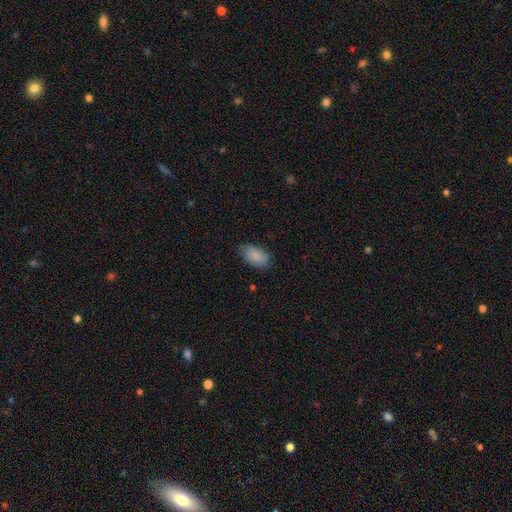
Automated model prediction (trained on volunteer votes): A smooth galaxy with no disk features (88%) that is in between round and cigar-shaped (94%).

Vote fractions:
- Smooth or featured? smooth: 88% / star or artifact: 6% / featured or disk: 6%
- How rounded? in between: 94% / round: 4% / cigar-shaped: 2%
- Merging? none: 82% / minor disturbance: 14% / major disturbance: 3% / merger: 1%